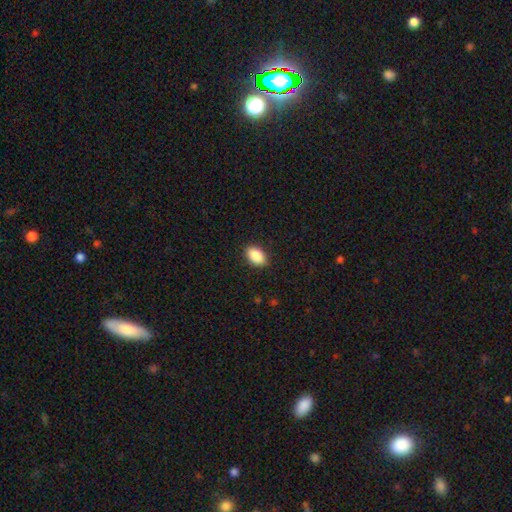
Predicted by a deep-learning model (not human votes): smooth 87%, star or artifact 8%, featured or disk 6%. Down the decision tree: how rounded — in between (88%); merging — none (88%).